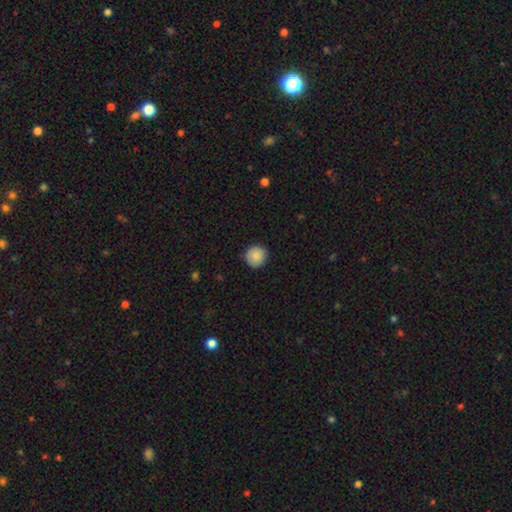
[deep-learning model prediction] smooth-or-featured: smooth: 88% | star or artifact: 7% | featured or disk: 5%
  how-rounded: round: 94% | in between: 5% | cigar-shaped: 1%
  merging: none: 89% | minor disturbance: 8% | major disturbance: 2% | merger: 1%